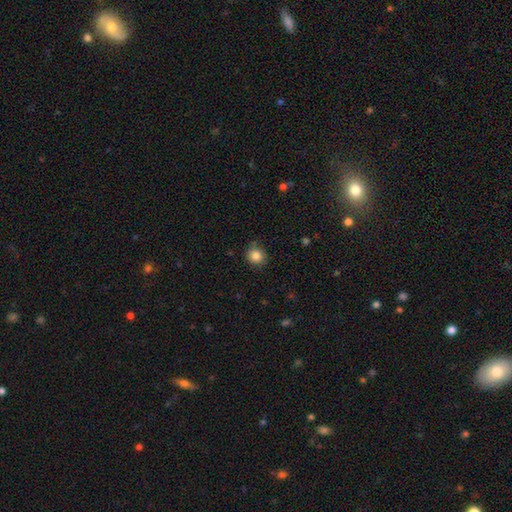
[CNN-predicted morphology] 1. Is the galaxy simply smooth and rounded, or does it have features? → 85% smooth, 10% star or artifact, 5% featured or disk.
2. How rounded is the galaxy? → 85% round, 14% in between, 1% cigar-shaped.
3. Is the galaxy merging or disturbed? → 79% none, 17% minor disturbance, 3% major disturbance, 2% merger.